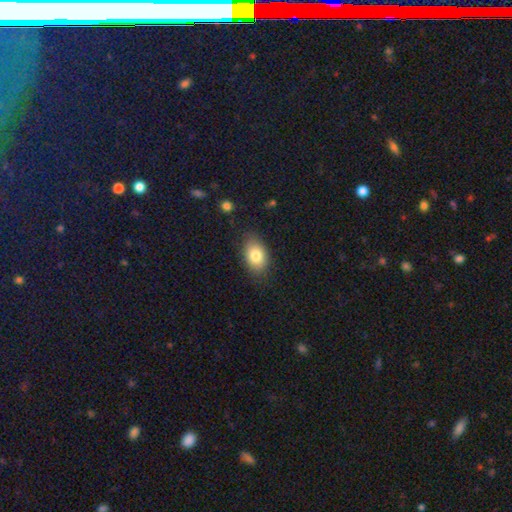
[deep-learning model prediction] Overall: smooth (80%). How rounded: in between (85%). Merging: none (81%).